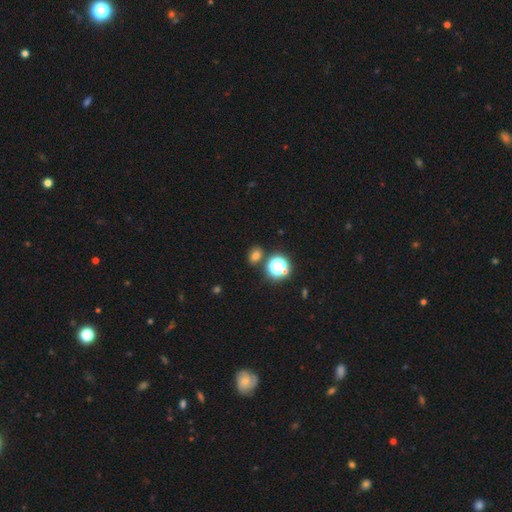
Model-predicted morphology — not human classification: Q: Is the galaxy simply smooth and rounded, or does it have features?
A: smooth — 67%.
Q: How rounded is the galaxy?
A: in between — 59%.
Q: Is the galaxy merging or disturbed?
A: none — 79%.